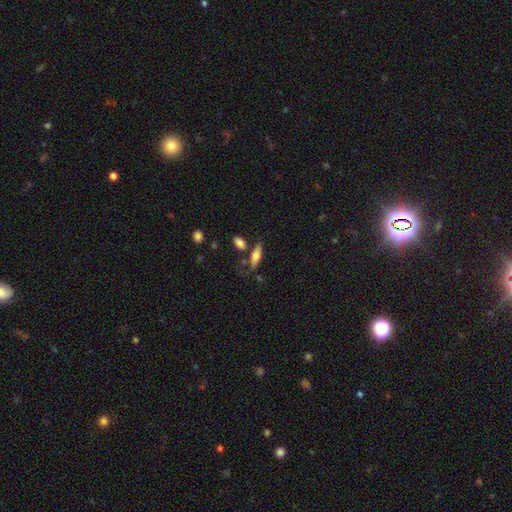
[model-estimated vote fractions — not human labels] Smooth or featured? Predicted: smooth (p=0.62). How rounded? Predicted: in between (p=0.54). Merging? Predicted: none (p=0.66).